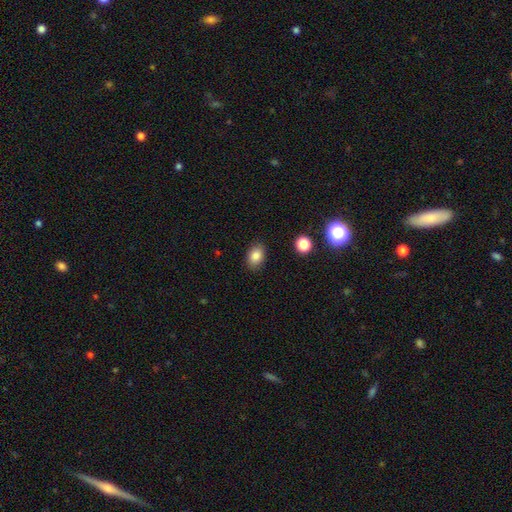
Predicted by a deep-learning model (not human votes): smooth 84%, star or artifact 10%, featured or disk 6%. Down the decision tree: how rounded — in between (76%); merging — none (87%).